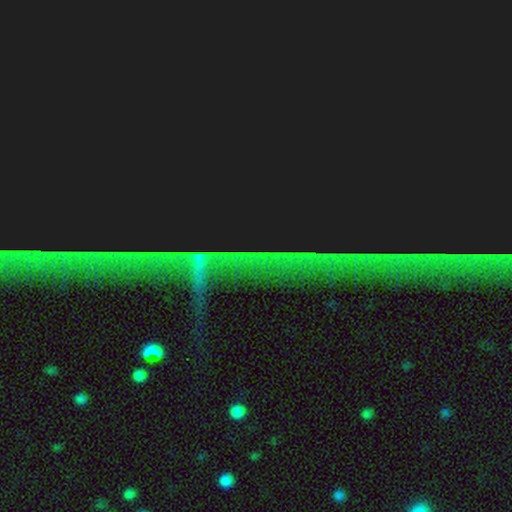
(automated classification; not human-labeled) The model was most divided on "smooth or featured": star or artifact: 76%, featured or disk: 14%, smooth: 10%.